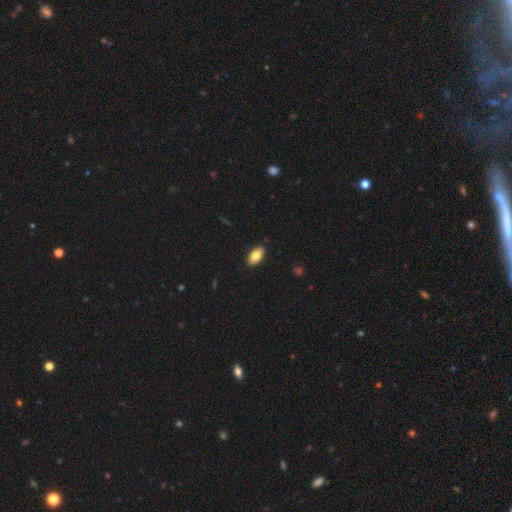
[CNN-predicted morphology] Smooth or featured? Predicted: smooth (p=0.81). How rounded? Predicted: in between (p=0.94). Merging? Predicted: none (p=0.90).